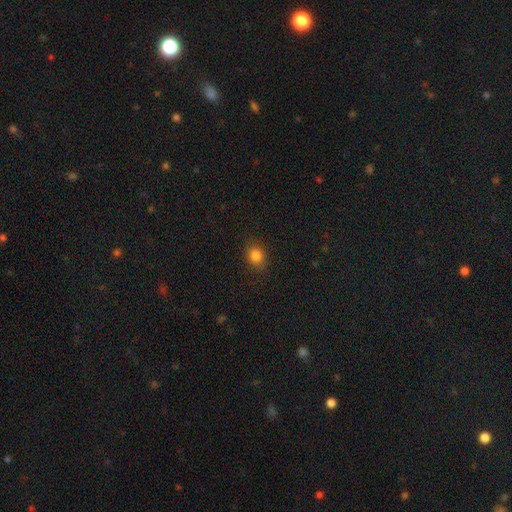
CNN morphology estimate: Q: Smooth or featured?
A: smooth (84%); runner-up: star or artifact (12%)
Q: How rounded?
A: round (64%); runner-up: in between (35%)
Q: Merging?
A: none (86%); runner-up: minor disturbance (10%)